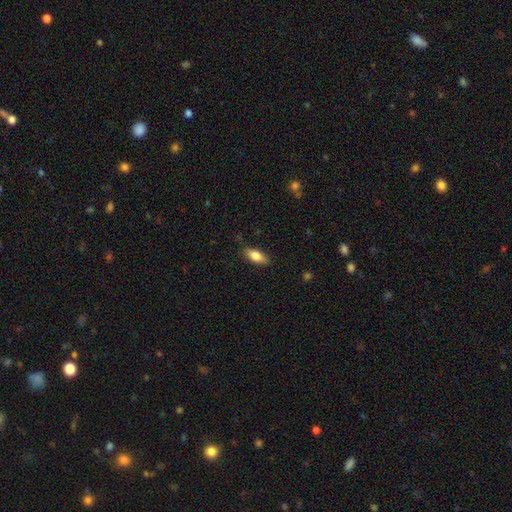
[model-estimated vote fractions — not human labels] This appears to be a smooth galaxy with no disk features (79%) that is in between round and cigar-shaped (80%). Merging: none (84%).